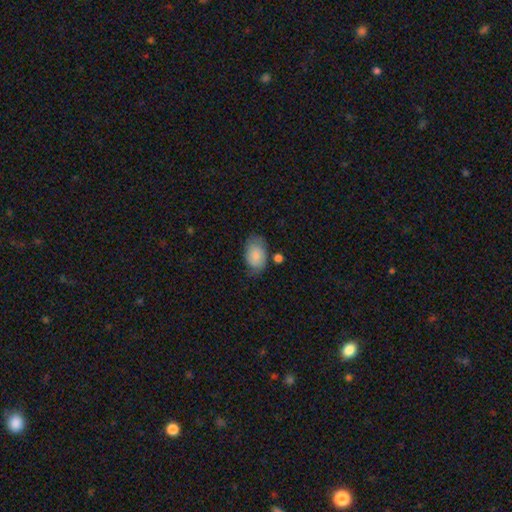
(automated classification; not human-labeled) A smooth galaxy with no disk features (80%) that is in between round and cigar-shaped (87%). Merging: none (61%).